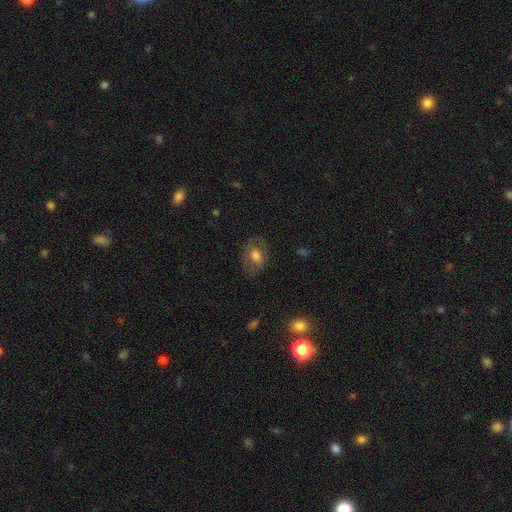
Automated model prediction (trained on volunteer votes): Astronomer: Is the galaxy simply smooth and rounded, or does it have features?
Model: smooth — 60%.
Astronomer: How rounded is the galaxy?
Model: in between — 68%.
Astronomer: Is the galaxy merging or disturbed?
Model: none — 72%.